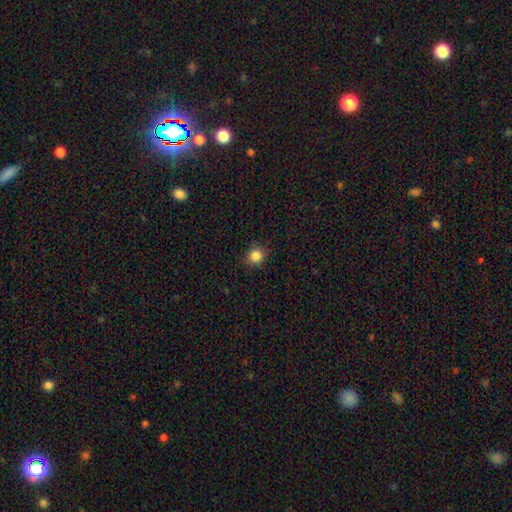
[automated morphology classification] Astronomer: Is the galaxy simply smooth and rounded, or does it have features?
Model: smooth — 85%.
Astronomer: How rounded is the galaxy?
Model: round — 85%.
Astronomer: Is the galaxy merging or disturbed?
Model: none — 86%.